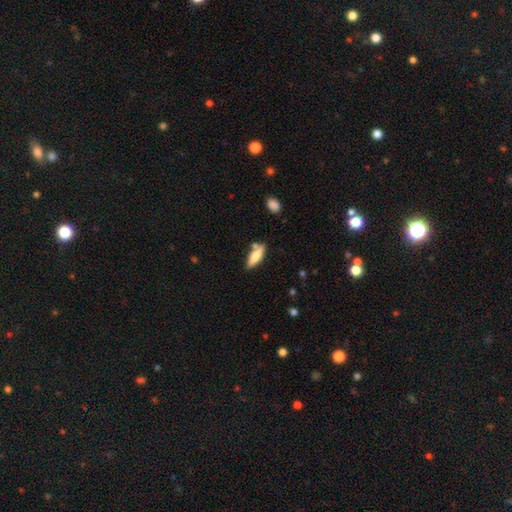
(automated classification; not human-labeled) Smooth or featured?
  - smooth: 67% *
  - featured or disk: 27%
  - star or artifact: 6%
How rounded?
  - in between: 49% * (tied)
  - cigar-shaped: 49% * (tied)
  - round: 2%
Merging?
  - none: 71% *
  - minor disturbance: 16%
  - merger: 10%
  - major disturbance: 3%